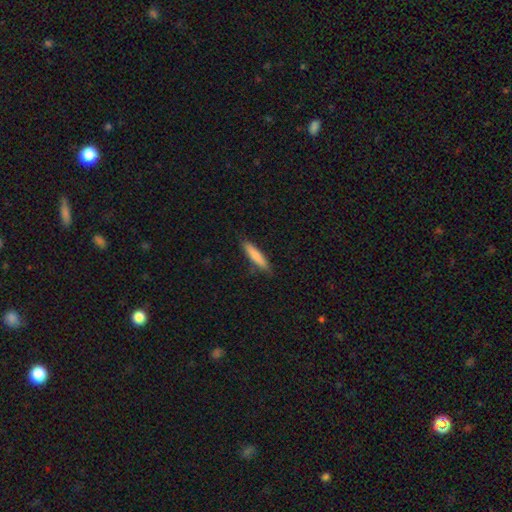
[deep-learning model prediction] Smooth or featured?
  - smooth: 80% *
  - featured or disk: 14%
  - star or artifact: 6%
How rounded?
  - cigar-shaped: 85% *
  - in between: 14%
  - round: 1%
Merging?
  - none: 85% *
  - minor disturbance: 11%
  - major disturbance: 2%
  - merger: 1%